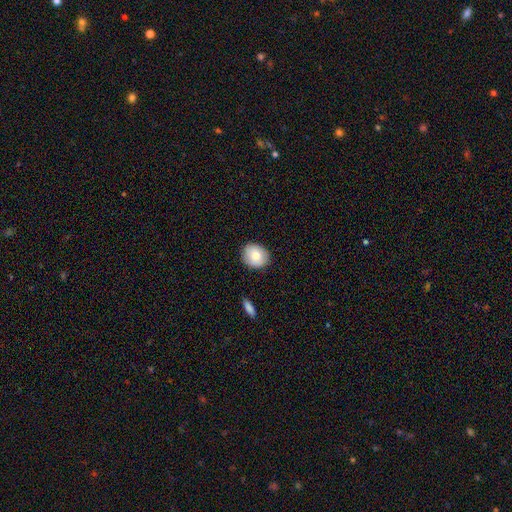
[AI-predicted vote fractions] smooth_or_featured: smooth (p=0.78) [alt: featured or disk p=0.14]
how_rounded: round (p=0.71) [alt: in between p=0.28]
merging: none (p=0.87) [alt: minor disturbance p=0.10]